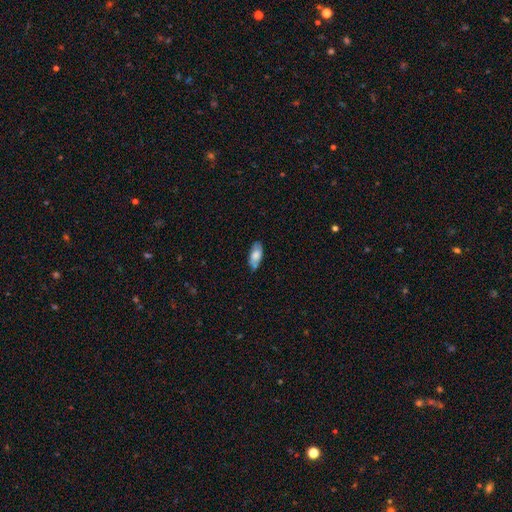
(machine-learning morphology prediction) type=smooth (73%); roundness=in between (86%); merging=none (71%).